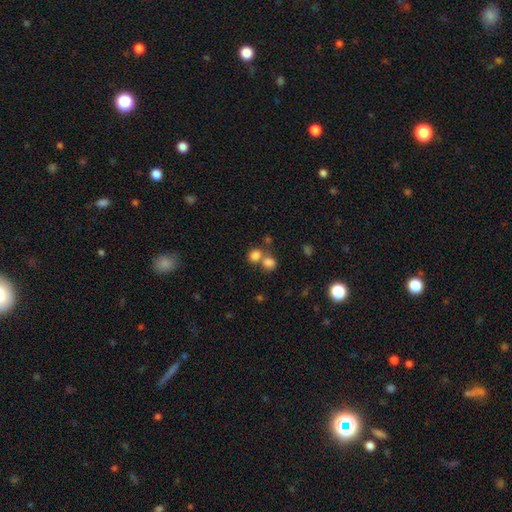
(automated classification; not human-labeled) Smooth or featured? smooth (80%)
How rounded? round (67%)
Merging? none (45%)